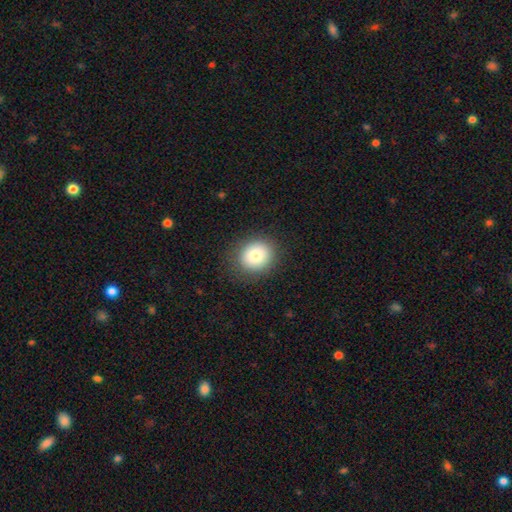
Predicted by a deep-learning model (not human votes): This is likely a smooth galaxy (80%). How rounded: likely round (75%). Merging: clearly none (87%).